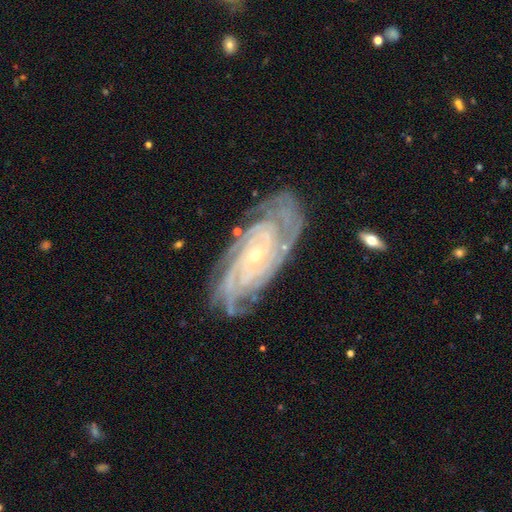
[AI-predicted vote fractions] A featured or disk galaxy (90%) with no bar (71%), 4 (26%) tight (80%) spiral arms (98%) and a small central bulge (81%). Merging: none (78%).